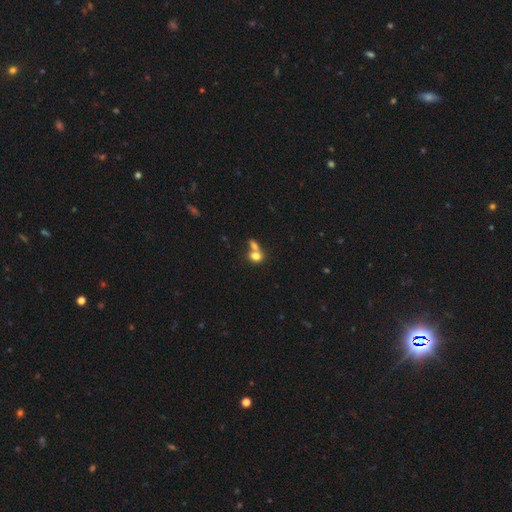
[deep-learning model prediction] Morphology: type=smooth (76%); roundness=round (50%); merging=merger (58%).